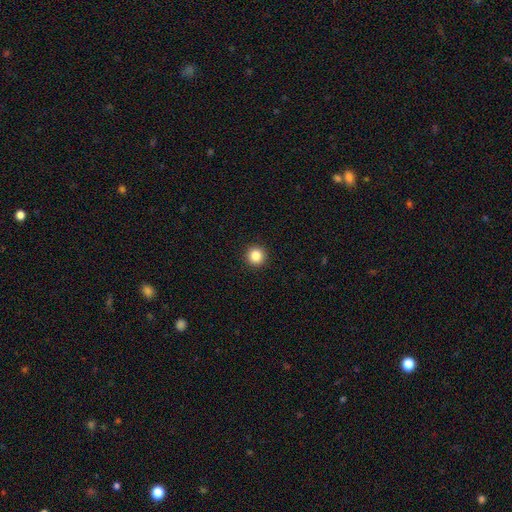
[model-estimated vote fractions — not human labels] smooth_or_featured: smooth (p=0.85) [alt: star or artifact p=0.11]
how_rounded: round (p=0.95) [alt: in between p=0.04]
merging: none (p=0.93) [alt: minor disturbance p=0.04]